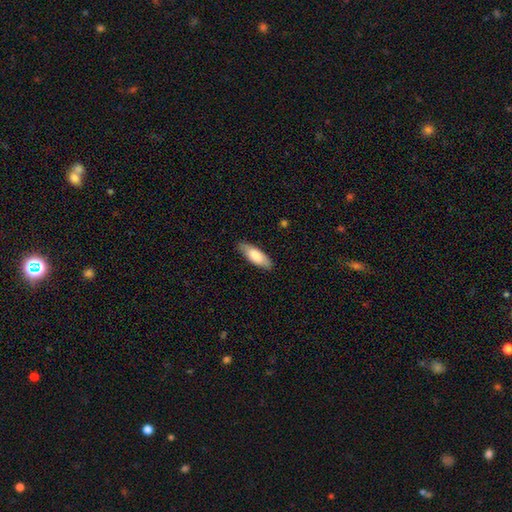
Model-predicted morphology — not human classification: This is clearly a smooth galaxy (81%). How rounded: likely in between (65%). Merging: clearly none (84%).